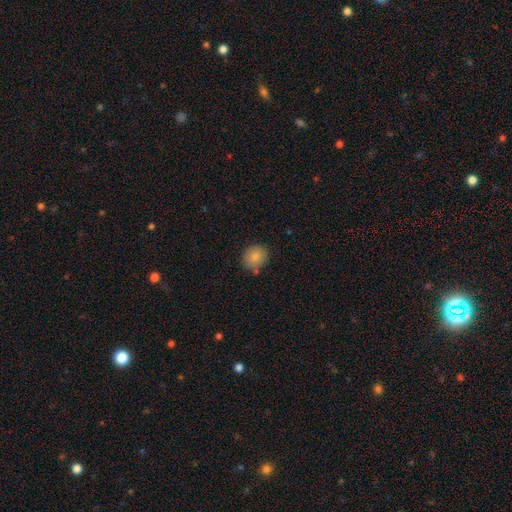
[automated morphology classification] smooth-or-featured: smooth: 81% | star or artifact: 11% | featured or disk: 8%
  how-rounded: round: 78% | in between: 22% | cigar-shaped: 1%
  merging: none: 81% | minor disturbance: 12% | merger: 5% | major disturbance: 2%